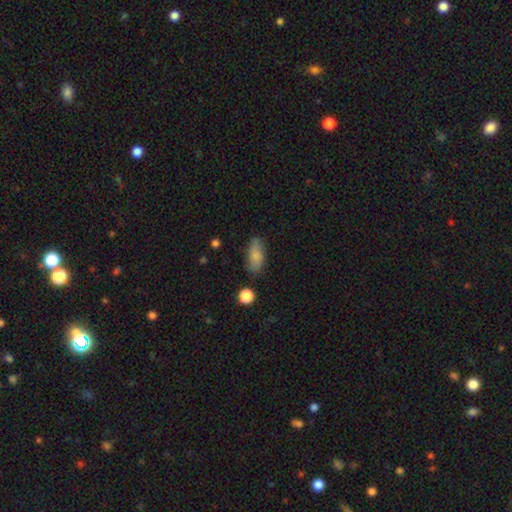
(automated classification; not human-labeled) smooth_or_featured: smooth (p=0.82) [alt: featured or disk p=0.11]
how_rounded: in between (p=0.85) [alt: cigar-shaped p=0.12]
merging: none (p=0.77) [alt: minor disturbance p=0.17]